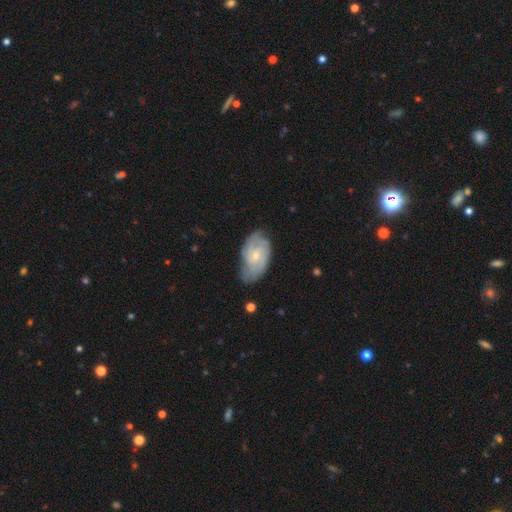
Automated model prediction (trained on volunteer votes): Smooth or featured? Predicted: featured or disk (p=0.69). Edge-on disk? Predicted: no (p=0.96). Bar? Predicted: no (p=0.62). Spiral arms? Predicted: yes (p=0.88). Spiral winding? Predicted: tight (p=0.50). Spiral arm count? Predicted: can't tell (p=0.38). Bulge size? Predicted: small (p=0.65). Merging? Predicted: none (p=0.62).